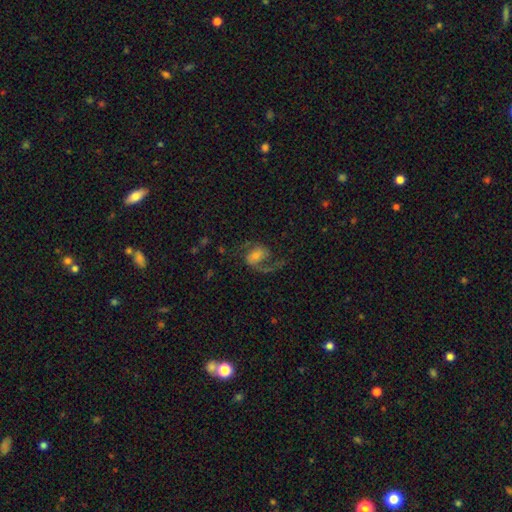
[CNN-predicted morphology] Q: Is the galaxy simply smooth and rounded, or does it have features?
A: featured or disk — 78%.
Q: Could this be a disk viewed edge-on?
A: no — 98%.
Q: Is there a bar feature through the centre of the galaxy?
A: weak — 43%.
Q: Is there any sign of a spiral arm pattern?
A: yes — 94%.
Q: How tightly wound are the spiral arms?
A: loose — 47%.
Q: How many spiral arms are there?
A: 2 — 79%.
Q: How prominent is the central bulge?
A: moderate — 40%, tied with small.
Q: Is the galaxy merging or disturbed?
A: none — 61%.